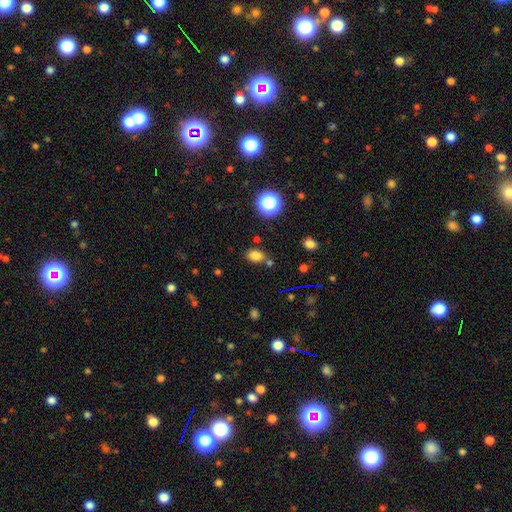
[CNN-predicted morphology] Smooth or featured?
  - smooth: 79% *
  - star or artifact: 15%
  - featured or disk: 6%
How rounded?
  - in between: 72% *
  - round: 27%
  - cigar-shaped: 1%
Merging?
  - none: 74% *
  - minor disturbance: 13%
  - merger: 10%
  - major disturbance: 4%